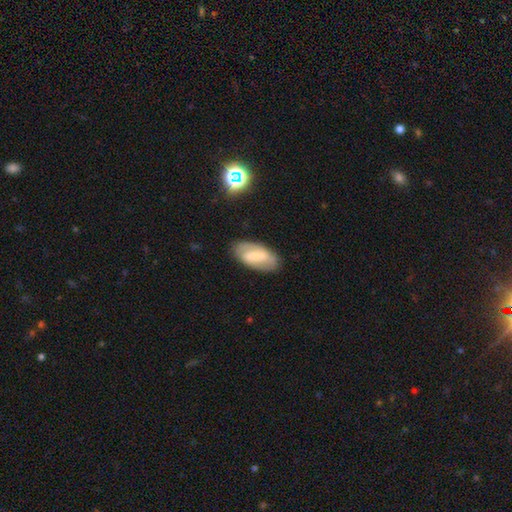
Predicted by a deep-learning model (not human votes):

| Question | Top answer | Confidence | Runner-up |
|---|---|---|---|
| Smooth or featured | smooth | 47% | featured or disk (46%) |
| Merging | none | 78% | minor disturbance (16%) |